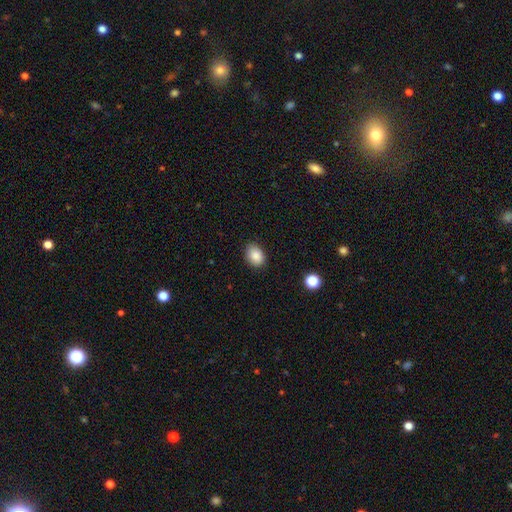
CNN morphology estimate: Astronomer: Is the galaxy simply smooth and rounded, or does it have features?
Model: smooth — 87%.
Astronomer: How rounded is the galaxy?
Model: in between — 74%.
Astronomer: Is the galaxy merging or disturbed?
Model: none — 84%.